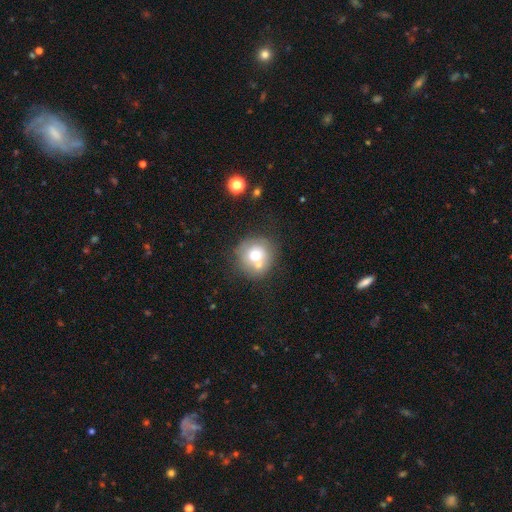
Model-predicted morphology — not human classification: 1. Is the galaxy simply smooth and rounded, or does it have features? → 65% smooth, 25% featured or disk, 10% star or artifact.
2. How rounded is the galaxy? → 90% round, 10% in between, 1% cigar-shaped.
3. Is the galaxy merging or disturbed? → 51% none, 32% merger, 12% minor disturbance, 5% major disturbance.